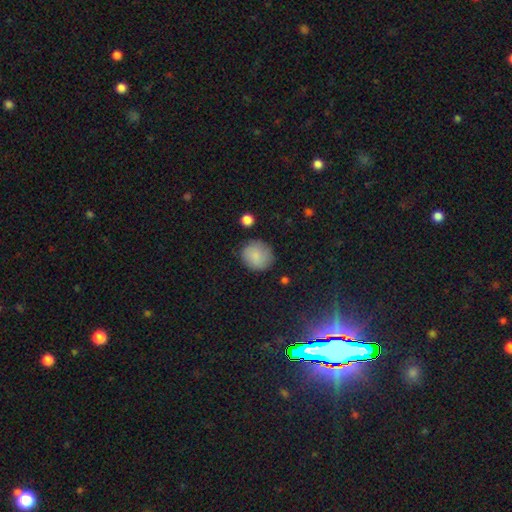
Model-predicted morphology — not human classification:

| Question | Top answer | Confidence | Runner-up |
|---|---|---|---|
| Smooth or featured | smooth | 85% | star or artifact (8%) |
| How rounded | round | 86% | in between (13%) |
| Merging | none | 81% | minor disturbance (13%) |